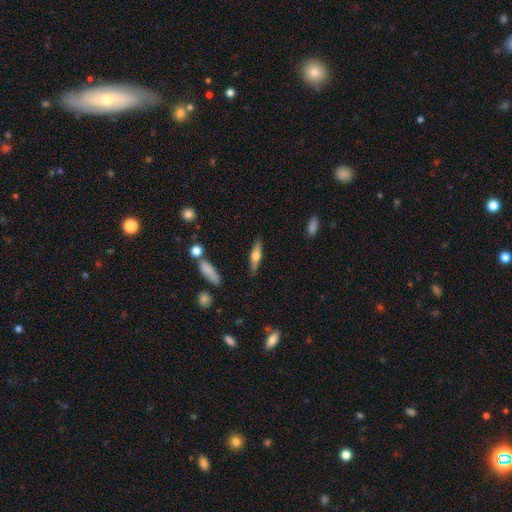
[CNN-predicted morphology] A smooth galaxy with no disk features (47%).

Vote fractions:
- Smooth or featured? smooth: 47% / featured or disk: 46% / star or artifact: 7%
- Merging? none: 85% / minor disturbance: 10% / major disturbance: 3% / merger: 3%